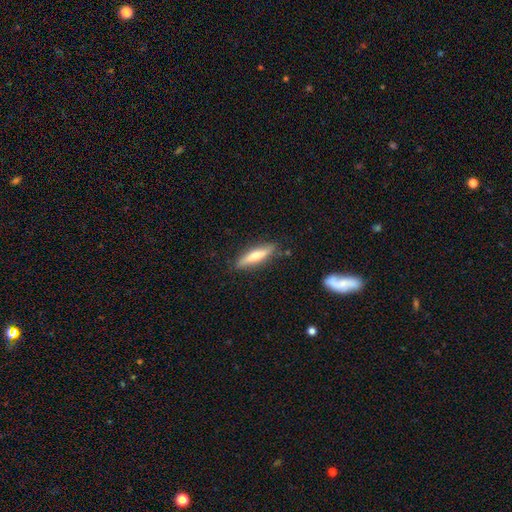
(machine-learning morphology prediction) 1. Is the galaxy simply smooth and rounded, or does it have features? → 60% smooth, 34% featured or disk, 6% star or artifact.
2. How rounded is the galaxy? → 78% cigar-shaped, 20% in between, 2% round.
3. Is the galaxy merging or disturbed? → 84% none, 12% minor disturbance, 2% major disturbance, 2% merger.